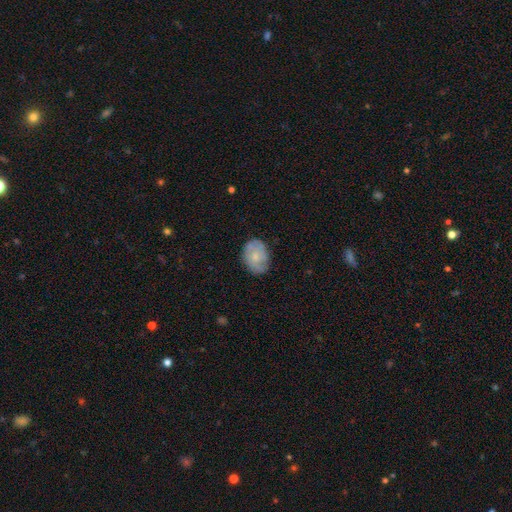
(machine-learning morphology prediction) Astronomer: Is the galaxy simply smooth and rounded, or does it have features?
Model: smooth — 55% (runner-up: featured or disk, 38%).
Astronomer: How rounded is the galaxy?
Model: in between — 64%.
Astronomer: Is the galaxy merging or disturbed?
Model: none — 72%.